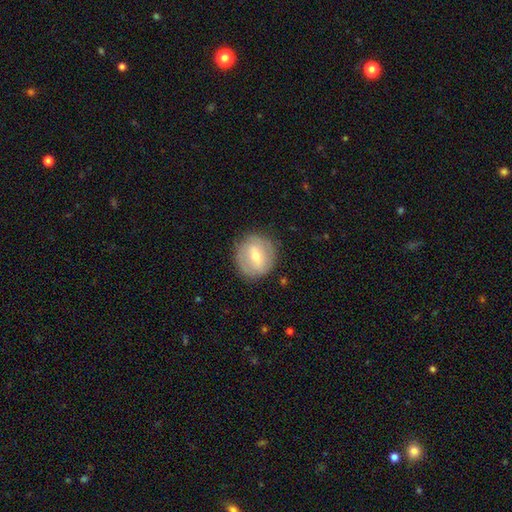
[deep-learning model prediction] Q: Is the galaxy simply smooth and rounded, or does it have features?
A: featured or disk — 50%.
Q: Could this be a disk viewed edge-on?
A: no — 94%.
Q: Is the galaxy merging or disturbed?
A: none — 82%.